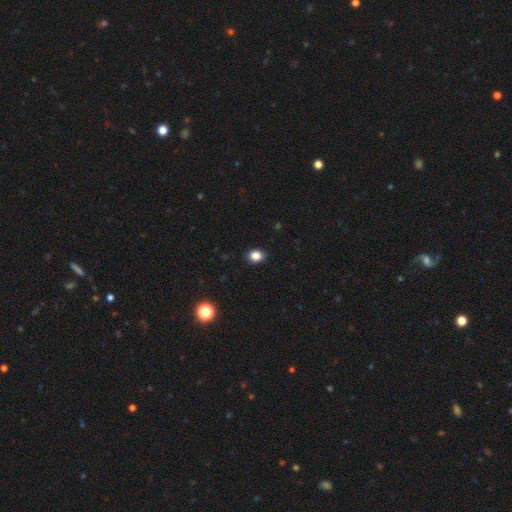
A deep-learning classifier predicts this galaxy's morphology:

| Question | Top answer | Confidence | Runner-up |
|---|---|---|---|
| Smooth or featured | smooth | 85% | star or artifact (11%) |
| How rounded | round | 59% | in between (40%) |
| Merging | none | 91% | minor disturbance (7%) |